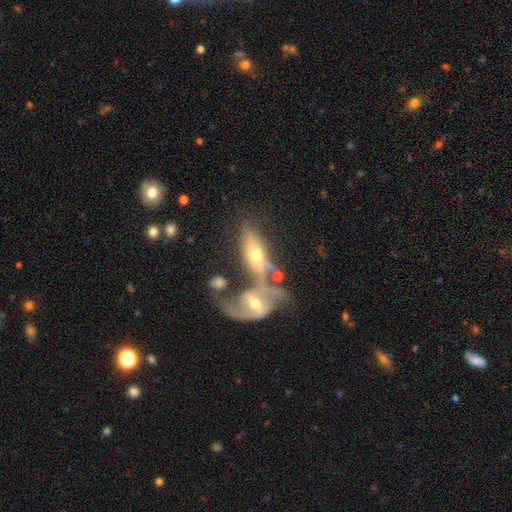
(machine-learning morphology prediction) Smooth or featured? featured or disk (62%)
Edge-on disk? no (65%)
Merging? merger (55%)